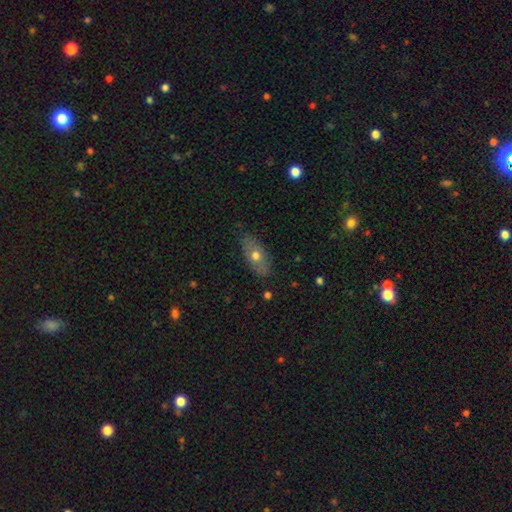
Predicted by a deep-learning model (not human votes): smooth 64%, featured or disk 29%, star or artifact 7%. Down the decision tree: how rounded — in between (84%); merging — none (81%).